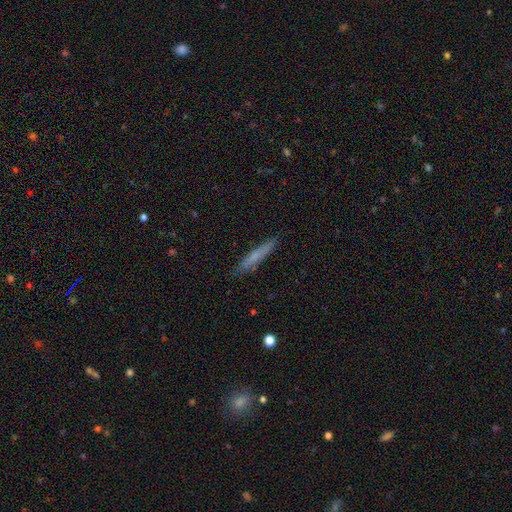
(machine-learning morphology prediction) type=smooth (66%); roundness=cigar-shaped (94%); merging=none (87%).